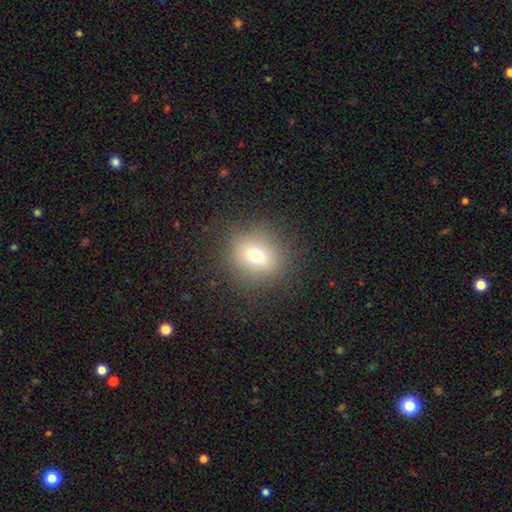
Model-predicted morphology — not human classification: type=smooth (69%); roundness=round (82%); merging=none (86%).